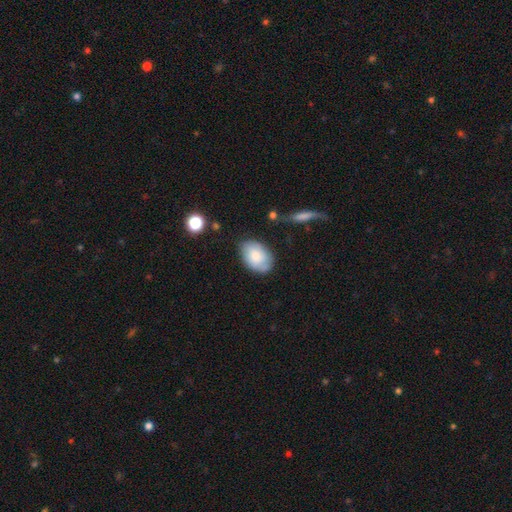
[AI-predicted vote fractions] A smooth galaxy with no disk features (72%) that is in between round and cigar-shaped (84%).

Vote fractions:
- Smooth or featured? smooth: 72% / featured or disk: 21% / star or artifact: 7%
- How rounded? in between: 84% / round: 15% / cigar-shaped: 1%
- Merging? none: 72% / minor disturbance: 20% / major disturbance: 5% / merger: 3%